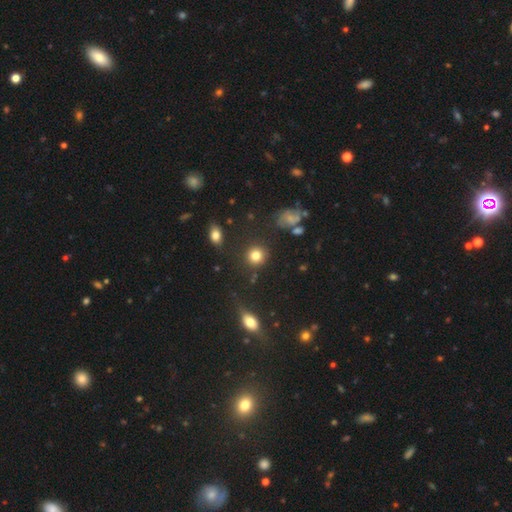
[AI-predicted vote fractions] smooth 82%, star or artifact 11%, featured or disk 7%. Down the decision tree: how rounded — round (89%); merging — none (85%).